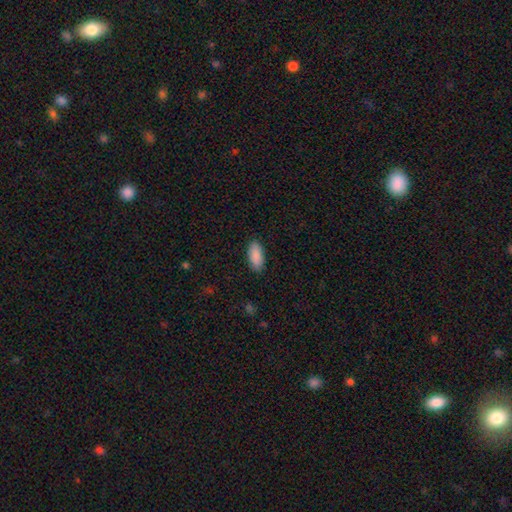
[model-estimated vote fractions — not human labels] smooth 90%, star or artifact 6%, featured or disk 4%. Down the decision tree: how rounded — in between (90%); merging — none (89%).